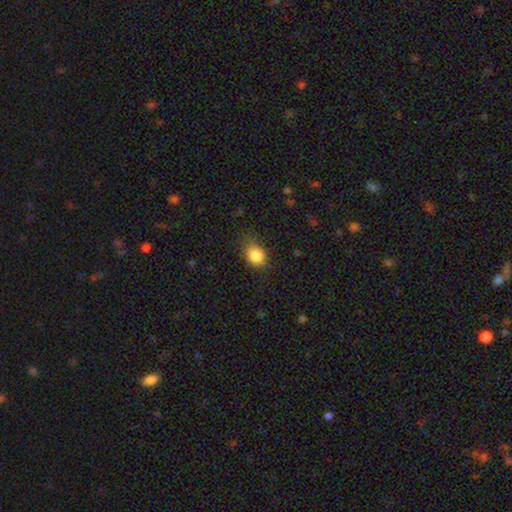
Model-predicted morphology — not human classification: Smooth or featured: smooth — 85% (star or artifact — 9%)
How rounded: in between — 54% (round — 45%)
Merging: none — 70% (minor disturbance — 23%)